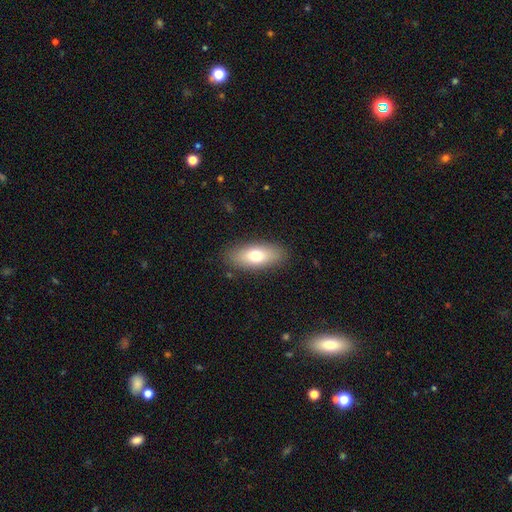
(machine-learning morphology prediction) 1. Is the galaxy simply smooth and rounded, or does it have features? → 73% smooth, 20% featured or disk, 7% star or artifact.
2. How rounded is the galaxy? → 81% in between, 15% cigar-shaped, 4% round.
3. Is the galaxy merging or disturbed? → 87% none, 10% minor disturbance, 3% major disturbance, 1% merger.